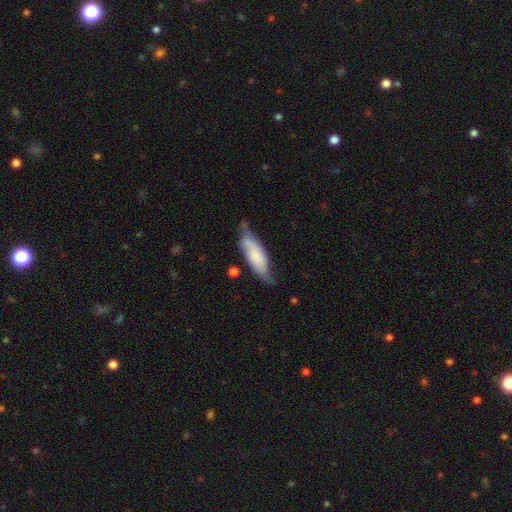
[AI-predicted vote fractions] Q: Smooth or featured?
A: smooth (64%); runner-up: featured or disk (30%)
Q: How rounded?
A: in between (56%); runner-up: cigar-shaped (42%)
Q: Merging?
A: none (50%); runner-up: minor disturbance (35%)